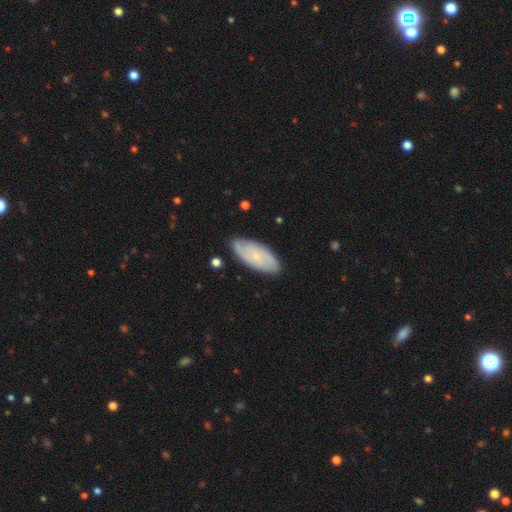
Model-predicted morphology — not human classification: type=featured or disk (57%); edge-on=no (91%); bar=no (78%); spiral arms=yes (84%); bulge=small (80%); merging=none (80%).